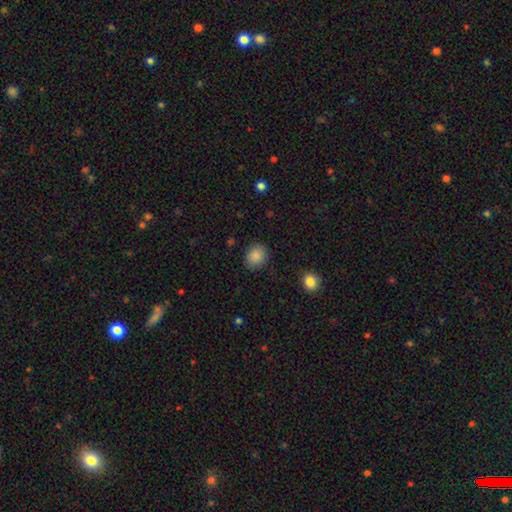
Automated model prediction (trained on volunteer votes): Morphology: type=smooth (88%); roundness=round (60%); merging=none (86%).